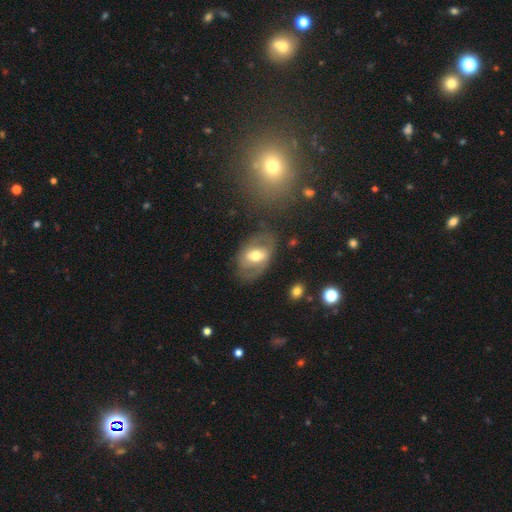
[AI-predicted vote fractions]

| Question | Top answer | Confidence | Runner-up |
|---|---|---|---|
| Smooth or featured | featured or disk | 56% | smooth (37%) |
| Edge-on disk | no | 91% | yes (9%) |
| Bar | weak | 41% | strong (35%) |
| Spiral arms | yes | 52% | no (48%) |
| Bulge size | moderate | 69% | large (15%) |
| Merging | none | 70% | minor disturbance (18%) |